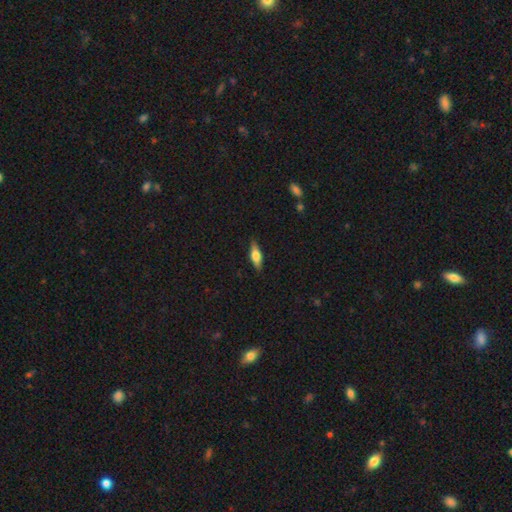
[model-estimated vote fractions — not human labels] Smooth or featured? smooth (60%)
How rounded? in between (53%)
Merging? none (86%)